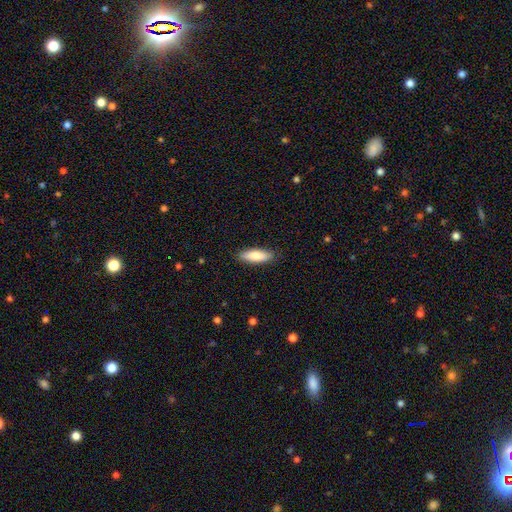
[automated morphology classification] A smooth galaxy with no disk features (80%) that is in between round and cigar-shaped (53%).

Vote fractions:
- Smooth or featured? smooth: 80% / featured or disk: 14% / star or artifact: 6%
- How rounded? in between: 53% / cigar-shaped: 46% / round: 2%
- Merging? none: 88% / minor disturbance: 9% / major disturbance: 2% / merger: 1%